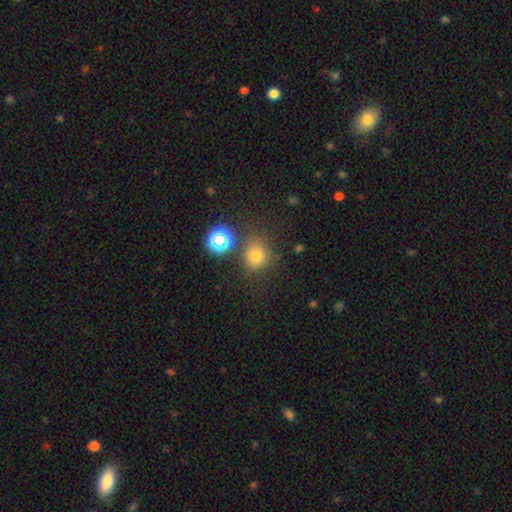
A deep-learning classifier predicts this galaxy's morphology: A smooth galaxy with no disk features (71%) that is round (84%). Merging: none (72%).